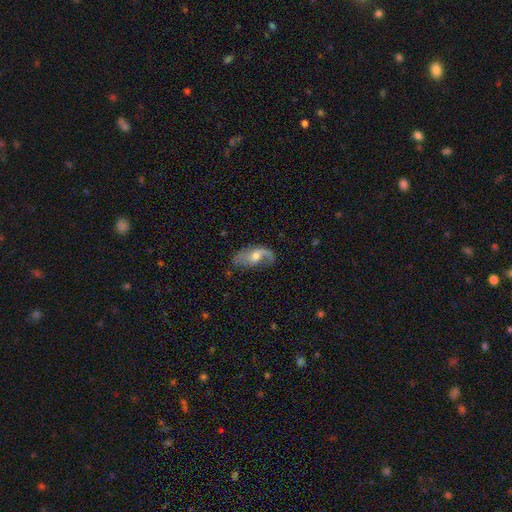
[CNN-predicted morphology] Smooth or featured? featured or disk (72%)
Edge-on disk? no (93%)
Bar? no (59%)
Spiral arms? yes (87%)
Spiral winding? loose (68%)
Spiral arm count? 2 (62%)
Bulge size? moderate (63%)
Merging? none (50%)